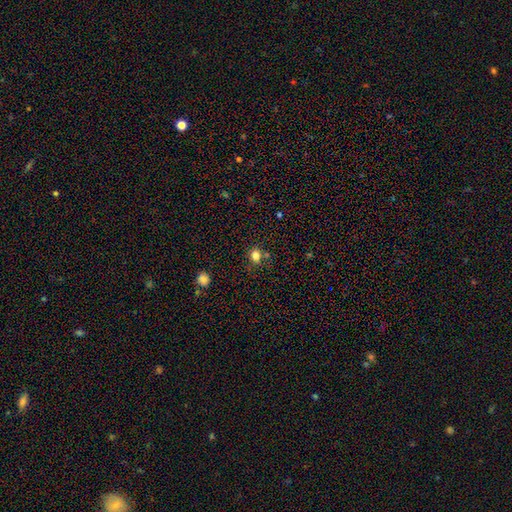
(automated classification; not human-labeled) This appears to be a smooth galaxy with no disk features (80%) that is round (58%). Merging: none (71%).